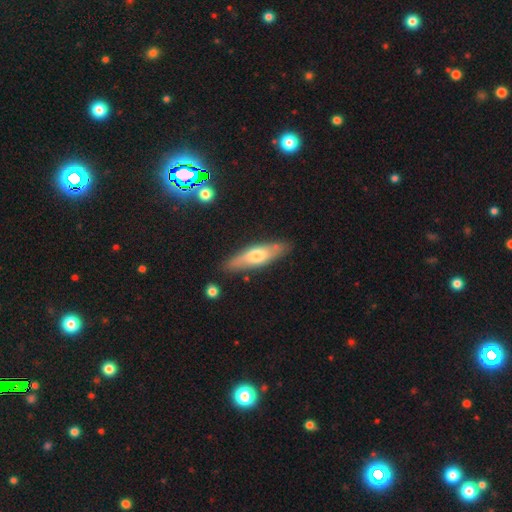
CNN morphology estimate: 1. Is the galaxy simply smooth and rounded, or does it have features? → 56% smooth, 39% featured or disk, 5% star or artifact.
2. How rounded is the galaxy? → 57% cigar-shaped, 41% in between, 2% round.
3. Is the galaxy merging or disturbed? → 83% none, 12% minor disturbance, 3% merger, 3% major disturbance.